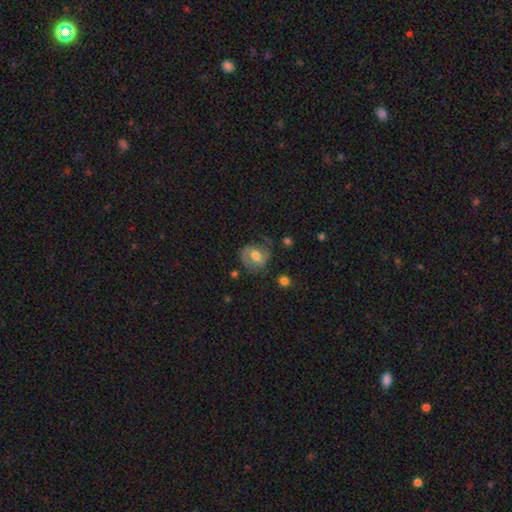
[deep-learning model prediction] smooth_or_featured: featured or disk (p=0.51) [alt: smooth p=0.41]
disk_edge_on: no (p=0.96) [alt: yes p=0.04]
merging: none (p=0.65) [alt: minor disturbance p=0.23]